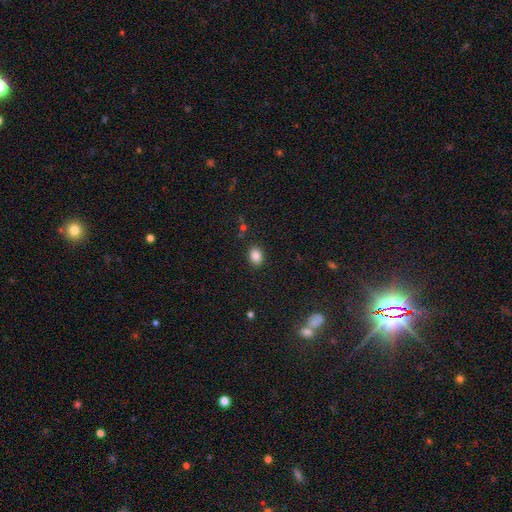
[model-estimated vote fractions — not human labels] Q: Smooth or featured?
A: smooth (86%); runner-up: star or artifact (10%)
Q: How rounded?
A: in between (68%); runner-up: round (31%)
Q: Merging?
A: none (87%); runner-up: minor disturbance (9%)